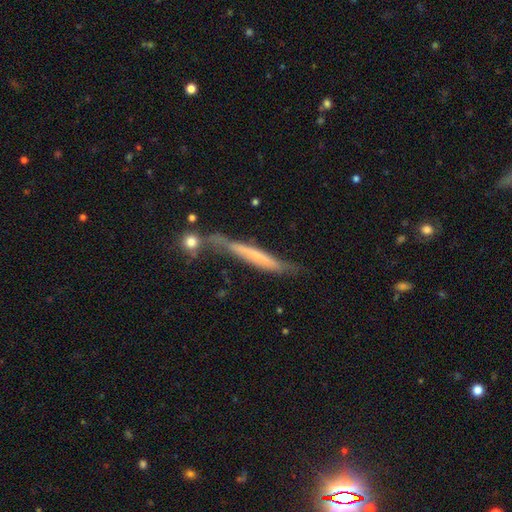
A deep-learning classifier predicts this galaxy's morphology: A featured or disk galaxy (49%).

Vote fractions:
- Smooth or featured? featured or disk: 49% / smooth: 43% / star or artifact: 7%
- Merging? none: 46% / minor disturbance: 24% / merger: 16% / major disturbance: 13%